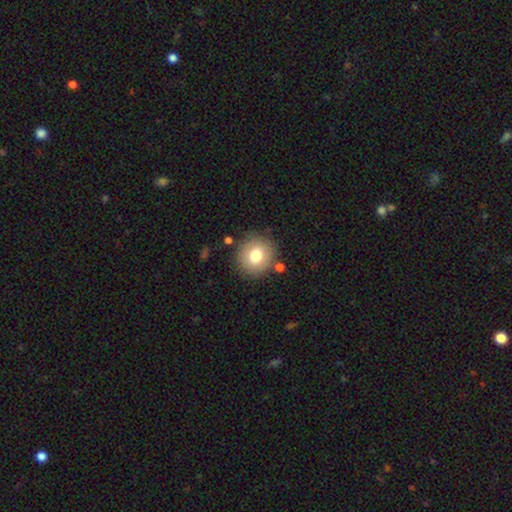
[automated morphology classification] Q: Smooth or featured?
A: smooth (75%); runner-up: featured or disk (15%)
Q: How rounded?
A: round (87%); runner-up: in between (12%)
Q: Merging?
A: none (83%); runner-up: minor disturbance (10%)